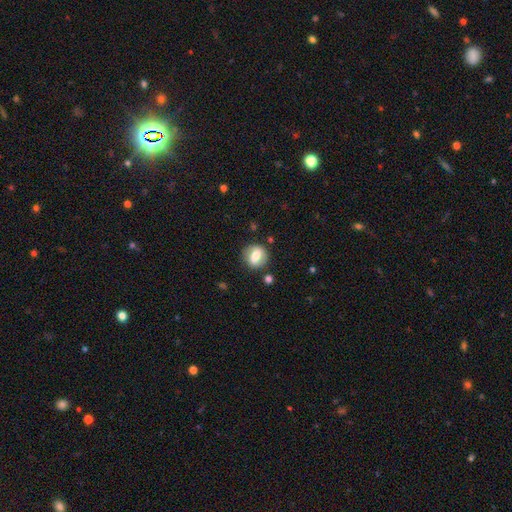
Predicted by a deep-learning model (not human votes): This is possibly a smooth galaxy (58%). How rounded: likely round (75%). Merging: clearly none (81%).